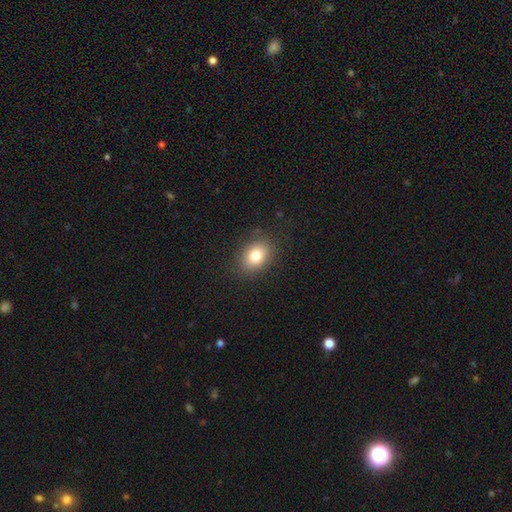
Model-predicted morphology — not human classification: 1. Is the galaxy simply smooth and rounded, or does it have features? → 81% smooth, 10% star or artifact, 9% featured or disk.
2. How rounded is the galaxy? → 69% in between, 30% round, 1% cigar-shaped.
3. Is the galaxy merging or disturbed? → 85% none, 10% minor disturbance, 3% major disturbance, 1% merger.